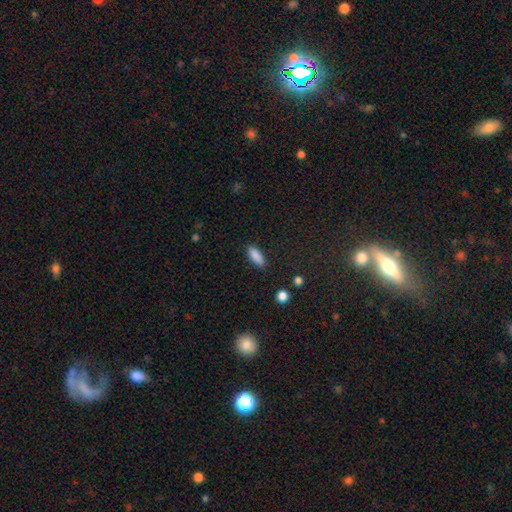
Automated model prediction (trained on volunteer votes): Smooth or featured?
  - smooth: 88% *
  - star or artifact: 8%
  - featured or disk: 5%
How rounded?
  - in between: 73% *
  - cigar-shaped: 25%
  - round: 2%
Merging?
  - none: 84% *
  - minor disturbance: 12%
  - major disturbance: 3%
  - merger: 1%